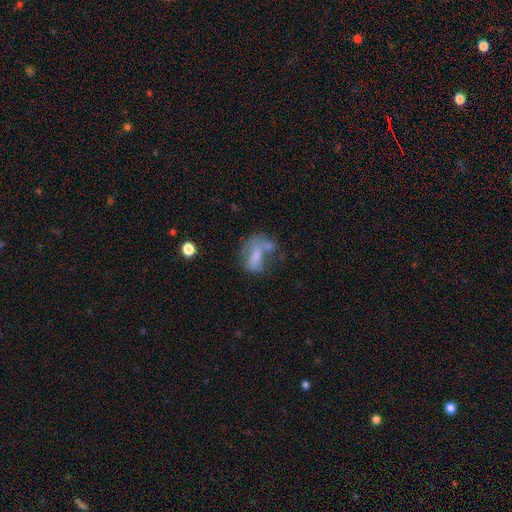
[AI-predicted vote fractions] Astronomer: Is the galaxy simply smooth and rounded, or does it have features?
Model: smooth — 57%.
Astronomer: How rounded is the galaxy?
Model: in between — 78%.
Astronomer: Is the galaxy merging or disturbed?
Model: merger — 30% (runner-up: major disturbance, 27%).